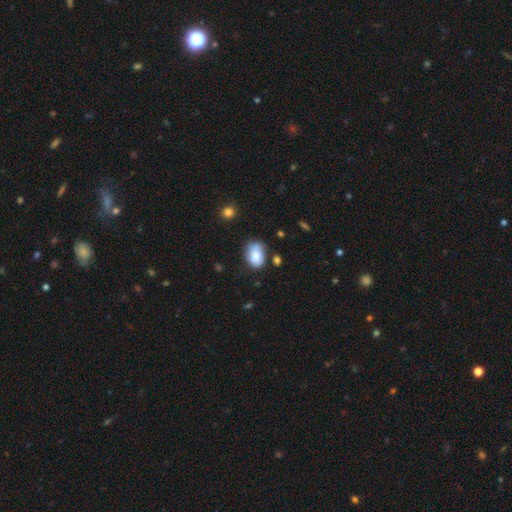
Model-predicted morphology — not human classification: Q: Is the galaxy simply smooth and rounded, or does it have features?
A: smooth — 80%.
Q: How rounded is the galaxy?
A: in between — 78%.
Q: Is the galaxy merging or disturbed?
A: none — 55%.